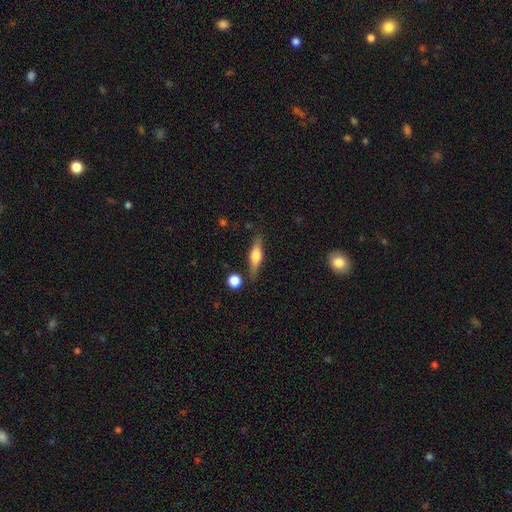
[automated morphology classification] Smooth or featured?
  - featured or disk: 52% *
  - smooth: 40%
  - star or artifact: 7%
Edge-on disk?
  - yes: 94% *
  - no: 6%
Merging?
  - none: 80% *
  - minor disturbance: 12%
  - merger: 5%
  - major disturbance: 3%